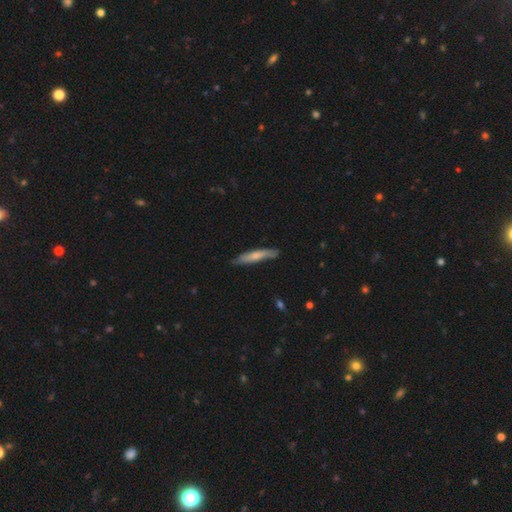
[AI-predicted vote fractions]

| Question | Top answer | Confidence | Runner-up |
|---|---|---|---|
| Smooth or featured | smooth | 62% | featured or disk (32%) |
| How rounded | cigar-shaped | 90% | in between (8%) |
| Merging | none | 79% | minor disturbance (17%) |